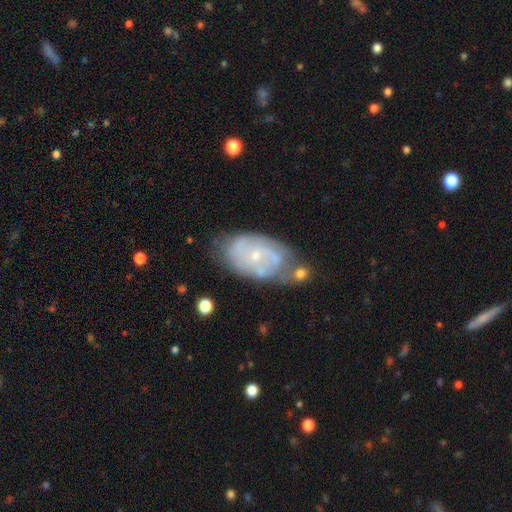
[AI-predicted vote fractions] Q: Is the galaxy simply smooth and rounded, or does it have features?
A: featured or disk — 73%.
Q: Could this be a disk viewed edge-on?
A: no — 96%.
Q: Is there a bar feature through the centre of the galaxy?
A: no — 68%.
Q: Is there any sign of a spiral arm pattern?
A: yes — 79%.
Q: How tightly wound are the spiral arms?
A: tight — 46%.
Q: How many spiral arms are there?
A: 2 — 42%.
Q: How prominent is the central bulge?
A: small — 76%.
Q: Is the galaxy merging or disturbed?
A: none — 52%.